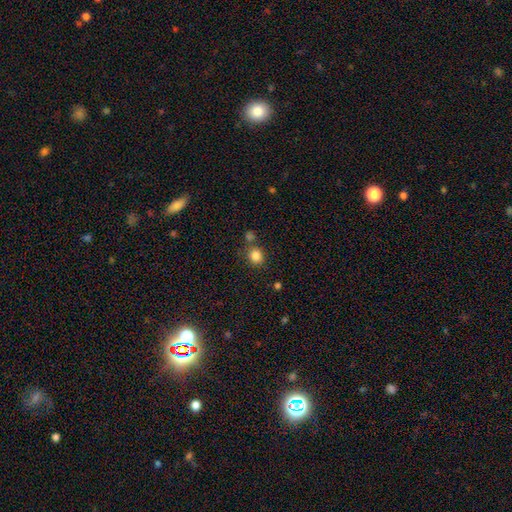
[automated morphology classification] smooth-or-featured: smooth: 84% | star or artifact: 12% | featured or disk: 5%
  how-rounded: round: 81% | in between: 18% | cigar-shaped: 1%
  merging: none: 74% | merger: 13% | minor disturbance: 10% | major disturbance: 4%